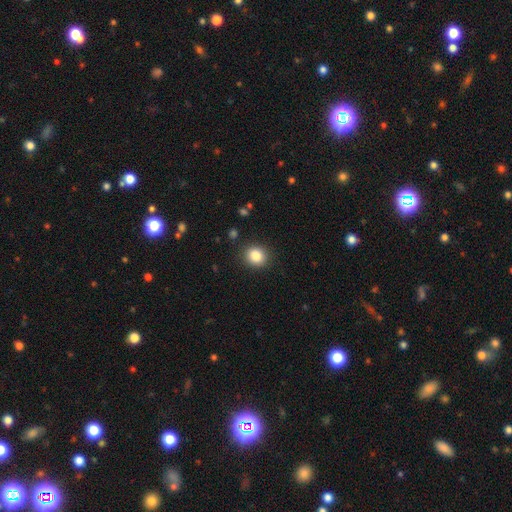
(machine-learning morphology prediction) Smooth or featured?
  - smooth: 84% *
  - star or artifact: 10%
  - featured or disk: 5%
How rounded?
  - round: 79% *
  - in between: 20%
  - cigar-shaped: 1%
Merging?
  - none: 90% *
  - minor disturbance: 7%
  - major disturbance: 2%
  - merger: 1%